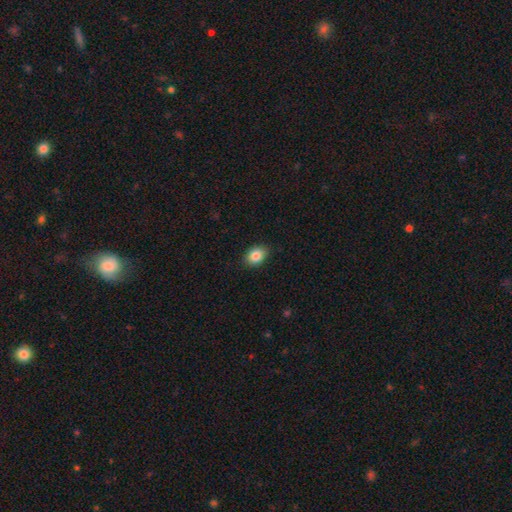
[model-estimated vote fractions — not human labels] A smooth galaxy with no disk features (85%) that is in between round and cigar-shaped (67%). Merging: none (85%).